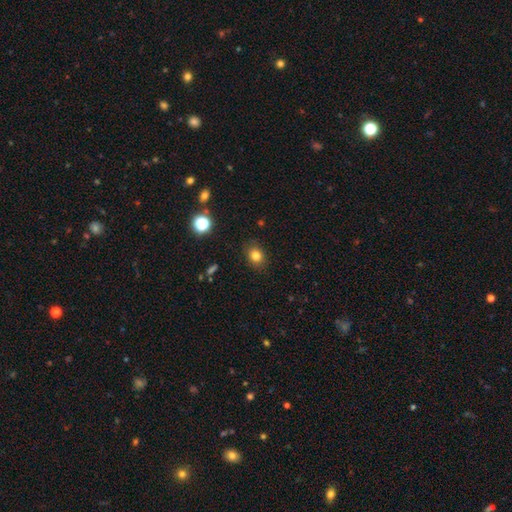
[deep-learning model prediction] A smooth galaxy with no disk features (80%) that is round (57%).

Vote fractions:
- Smooth or featured? smooth: 80% / star or artifact: 13% / featured or disk: 7%
- How rounded? round: 57% / in between: 42% / cigar-shaped: 1%
- Merging? none: 86% / minor disturbance: 10% / major disturbance: 3% / merger: 1%